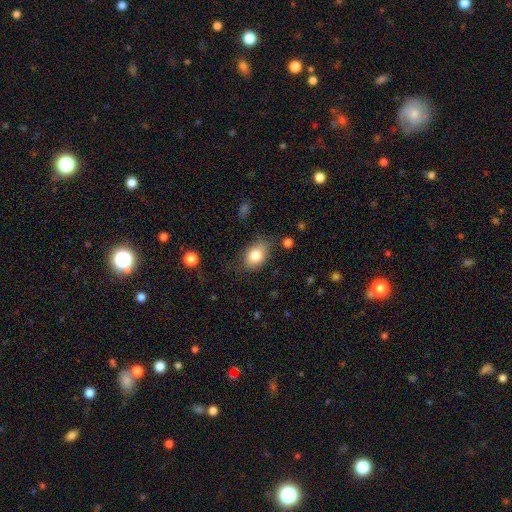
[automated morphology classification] A smooth galaxy with no disk features (80%) that is in between round and cigar-shaped (76%).

Vote fractions:
- Smooth or featured? smooth: 80% / featured or disk: 11% / star or artifact: 9%
- How rounded? in between: 76% / round: 22% / cigar-shaped: 1%
- Merging? none: 65% / minor disturbance: 25% / major disturbance: 8% / merger: 2%